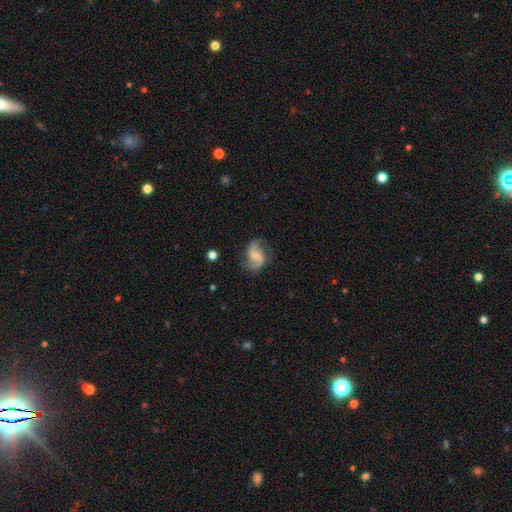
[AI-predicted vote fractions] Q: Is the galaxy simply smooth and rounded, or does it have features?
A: featured or disk — 83%.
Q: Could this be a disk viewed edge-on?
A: no — 98%.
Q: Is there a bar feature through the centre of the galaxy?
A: weak — 45%.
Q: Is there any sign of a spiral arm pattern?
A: yes — 97%.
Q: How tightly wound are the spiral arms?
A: loose — 57%.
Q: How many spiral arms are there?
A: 2 — 92%.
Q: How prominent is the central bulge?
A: small — 35%.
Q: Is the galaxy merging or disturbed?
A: none — 75%.